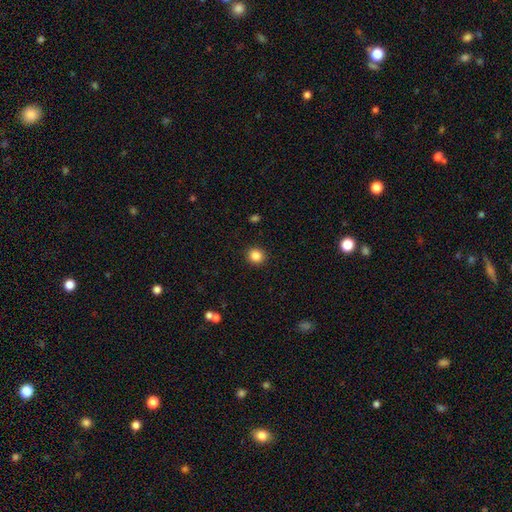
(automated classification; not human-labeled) Q: Smooth or featured?
A: smooth (86%); runner-up: star or artifact (11%)
Q: How rounded?
A: round (90%); runner-up: in between (9%)
Q: Merging?
A: none (91%); runner-up: minor disturbance (6%)